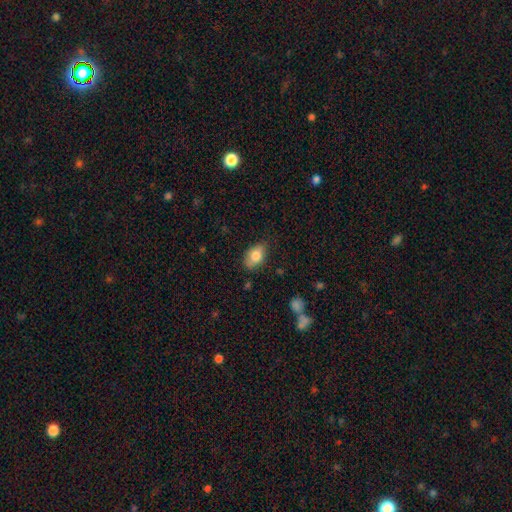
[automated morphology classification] Smooth or featured?
  - smooth: 82% *
  - featured or disk: 11%
  - star or artifact: 7%
How rounded?
  - in between: 89% *
  - round: 8%
  - cigar-shaped: 2%
Merging?
  - none: 75% *
  - minor disturbance: 20%
  - major disturbance: 4%
  - merger: 2%